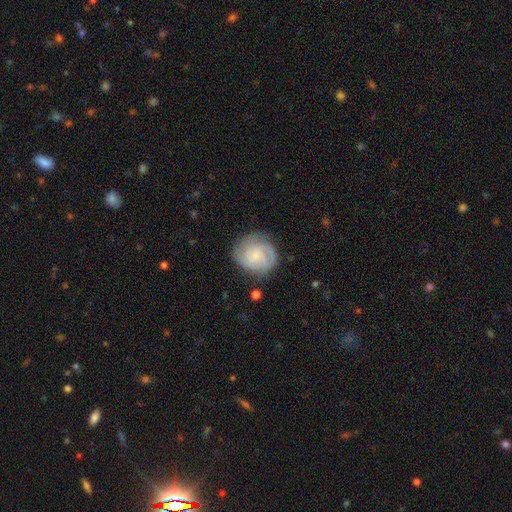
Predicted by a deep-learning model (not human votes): Smooth or featured? Predicted: featured or disk (p=0.79). Edge-on disk? Predicted: no (p=0.98). Bar? Predicted: no (p=0.63). Spiral arms? Predicted: yes (p=0.97). Spiral winding? Predicted: tight (p=0.62). Spiral arm count? Predicted: 2 (p=0.42). Bulge size? Predicted: small (p=0.59). Merging? Predicted: none (p=0.79).